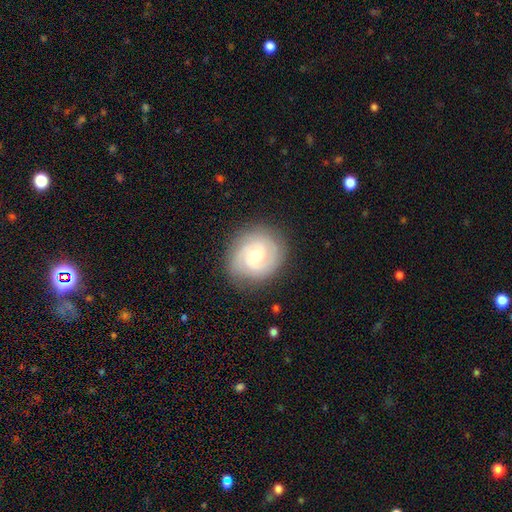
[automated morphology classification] featured or disk 76%, smooth 17%, star or artifact 6%. Down the decision tree: edge-on disk — no (98%); bar — no (65%); spiral arms — yes (95%); spiral arm count — 2 (35%); spiral winding — tight (64%); bulge size — moderate (55%); merging — none (84%).